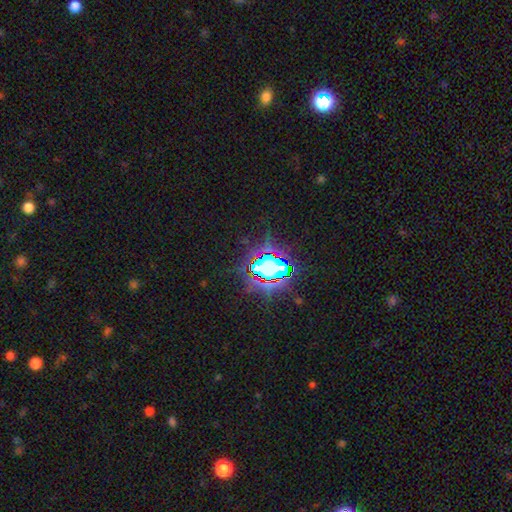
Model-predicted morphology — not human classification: Smooth or featured? Predicted: star or artifact (p=0.79).